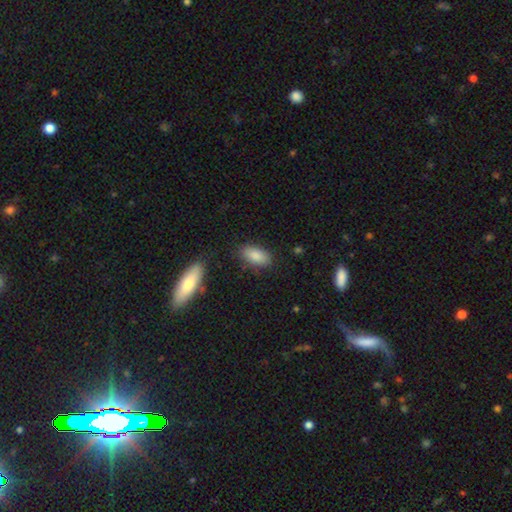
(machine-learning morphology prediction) smooth 86%, star or artifact 7%, featured or disk 7%. Down the decision tree: how rounded — in between (91%); merging — none (81%).